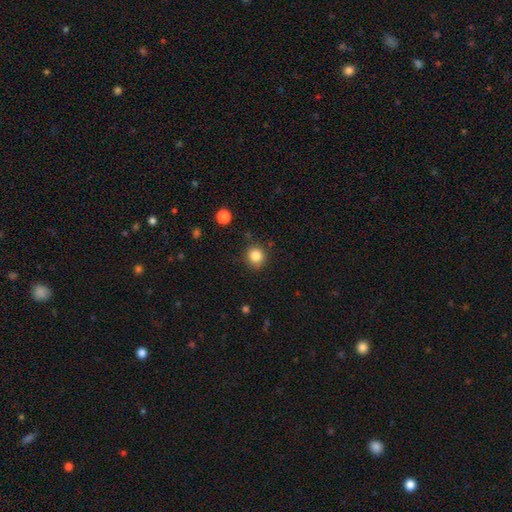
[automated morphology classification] Smooth or featured: smooth — 84% (star or artifact — 11%)
How rounded: round — 89% (in between — 10%)
Merging: none — 85% (minor disturbance — 10%)